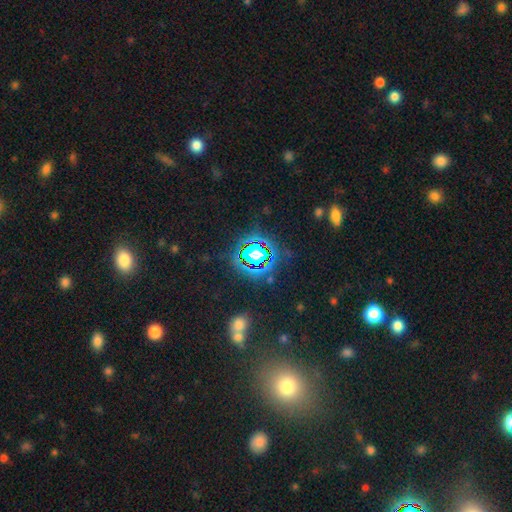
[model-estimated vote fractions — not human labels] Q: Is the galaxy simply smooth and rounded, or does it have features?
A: star or artifact — 76%.